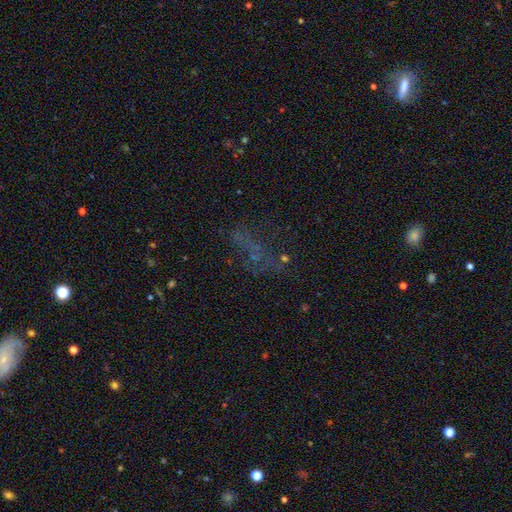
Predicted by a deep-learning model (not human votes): smooth_or_featured: star or artifact (p=0.43) [alt: smooth p=0.29]